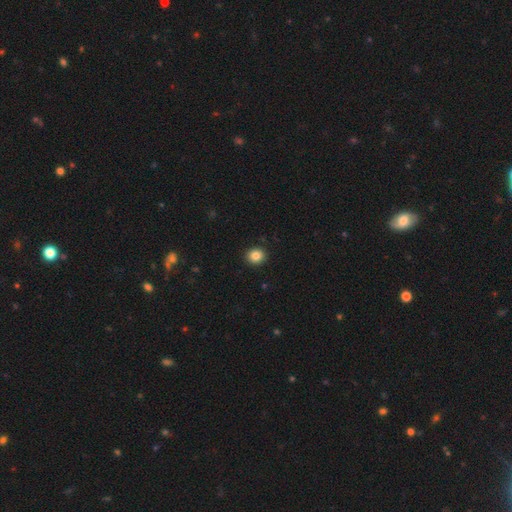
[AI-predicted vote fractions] Smooth or featured? smooth (85%)
How rounded? round (78%)
Merging? none (91%)